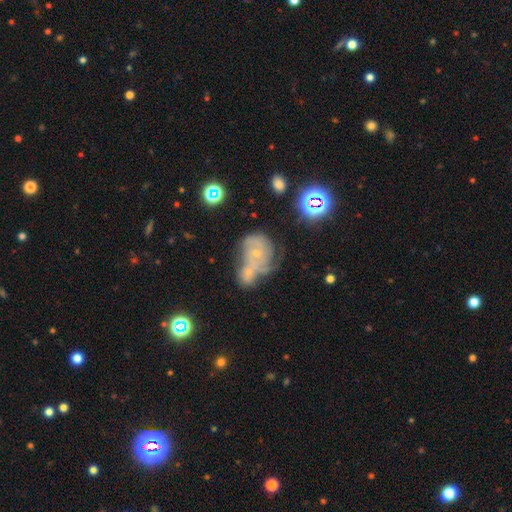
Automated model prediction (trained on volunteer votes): A featured or disk galaxy (58%) with no bar (73%), spiral arms (82%) and a small central bulge (72%).

Vote fractions:
- Smooth or featured? featured or disk: 58% / smooth: 21% / star or artifact: 21%
- Edge-on disk? no: 96% / yes: 4%
- Bar? no: 73% / weak: 21% / strong: 5%
- Spiral arms? yes: 82% / no: 18%
- Bulge size? small: 72% / moderate: 21% / none: 4% / large: 1% / dominant: 1%
- Merging? merger: 49% / none: 29% / minor disturbance: 13% / major disturbance: 9%